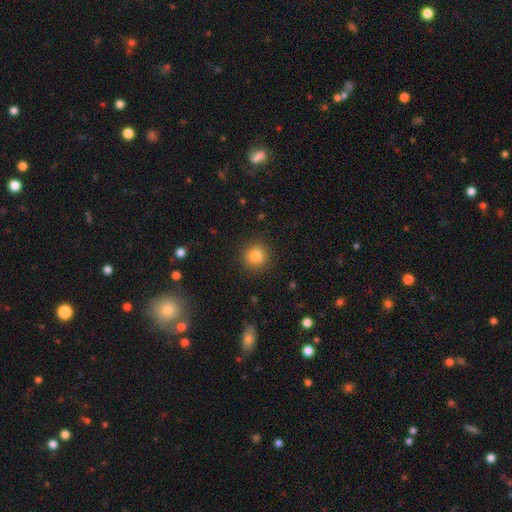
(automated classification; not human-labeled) smooth_or_featured: smooth (p=0.84) [alt: star or artifact p=0.11]
how_rounded: round (p=0.92) [alt: in between p=0.07]
merging: none (p=0.90) [alt: minor disturbance p=0.06]